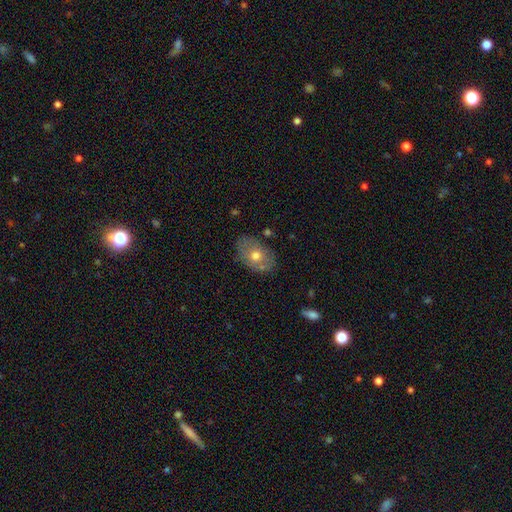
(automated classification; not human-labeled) Smooth or featured?
  - smooth: 57% *
  - featured or disk: 36%
  - star or artifact: 8%
How rounded?
  - in between: 83% *
  - round: 16%
  - cigar-shaped: 1%
Merging?
  - none: 77% *
  - minor disturbance: 16%
  - major disturbance: 4%
  - merger: 2%